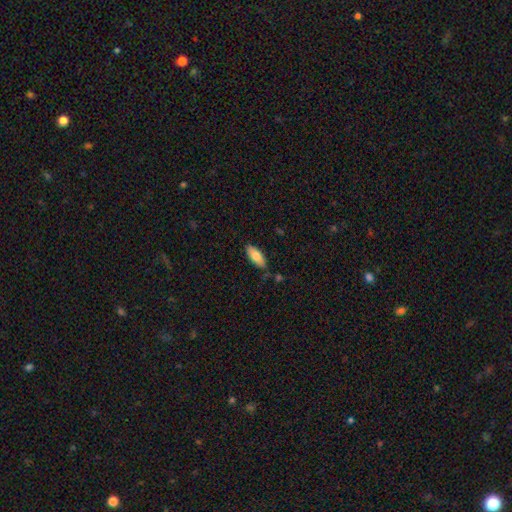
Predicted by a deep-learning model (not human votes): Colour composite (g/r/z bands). It shows a smooth galaxy with no disk features (78%) that is in between round and cigar-shaped (82%). Merging: none (79%).